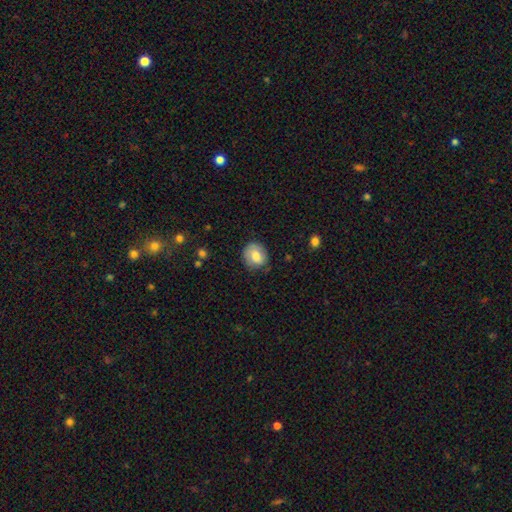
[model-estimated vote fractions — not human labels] A smooth galaxy with no disk features (75%) that is round (68%). Merging: none (73%).